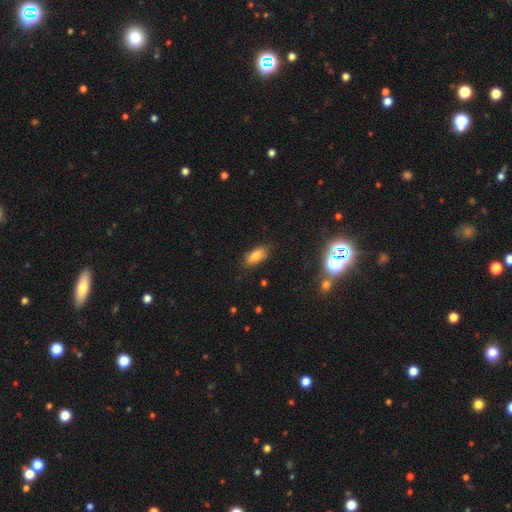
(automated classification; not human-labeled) smooth-or-featured: smooth: 80% | star or artifact: 10% | featured or disk: 10%
  how-rounded: in between: 85% | cigar-shaped: 12% | round: 3%
  merging: none: 83% | minor disturbance: 13% | major disturbance: 3% | merger: 2%